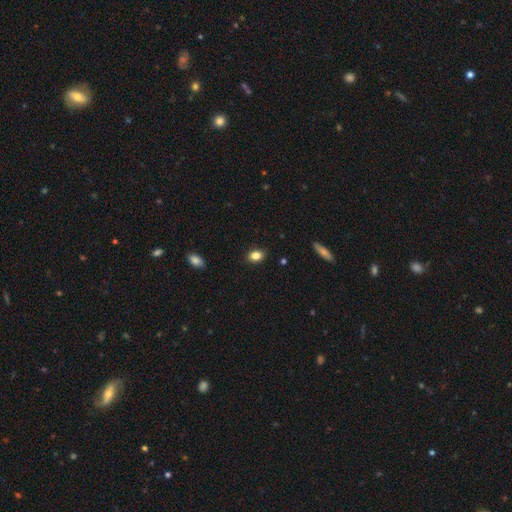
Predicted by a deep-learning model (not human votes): Smooth or featured? Predicted: smooth (p=0.84). How rounded? Predicted: in between (p=0.78). Merging? Predicted: none (p=0.87).